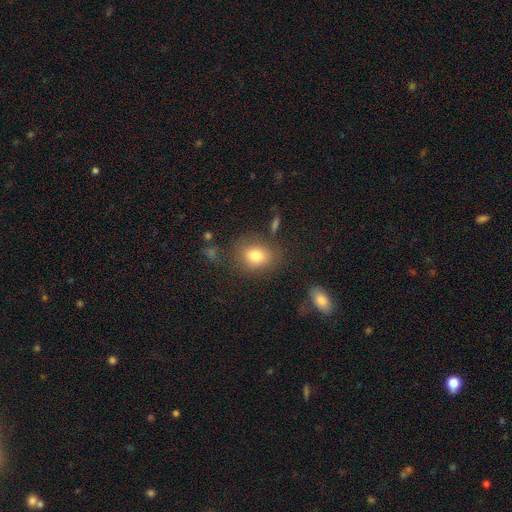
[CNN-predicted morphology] smooth_or_featured: smooth (p=0.79) [alt: featured or disk p=0.10]
how_rounded: round (p=0.54) [alt: in between p=0.45]
merging: none (p=0.76) [alt: minor disturbance p=0.15]